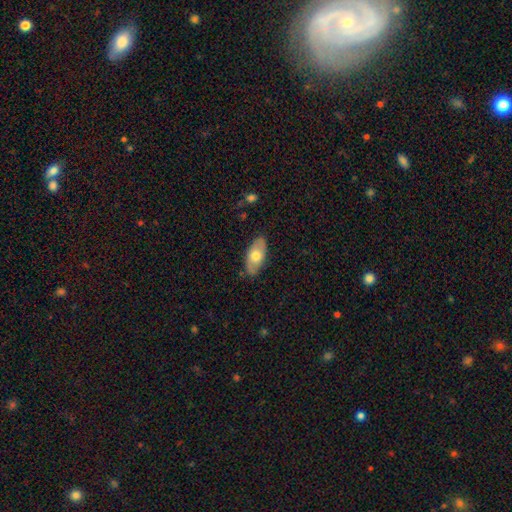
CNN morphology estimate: This is likely a smooth galaxy (60%). How rounded: clearly in between (92%). Merging: clearly none (84%).